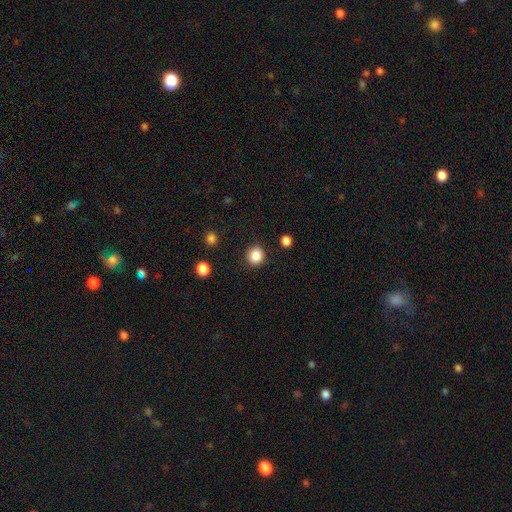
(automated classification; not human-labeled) Morphology: type=smooth (86%); roundness=round (88%); merging=none (90%).